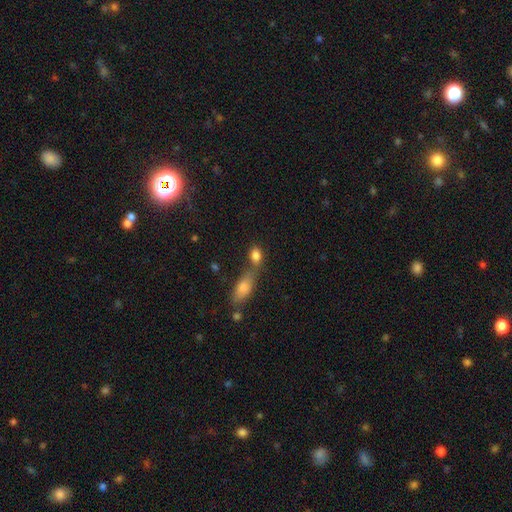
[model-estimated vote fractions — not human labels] smooth-or-featured: smooth: 82% | star or artifact: 10% | featured or disk: 8%
  how-rounded: in between: 73% | round: 22% | cigar-shaped: 5%
  merging: none: 43% | merger: 41% | minor disturbance: 11% | major disturbance: 5%